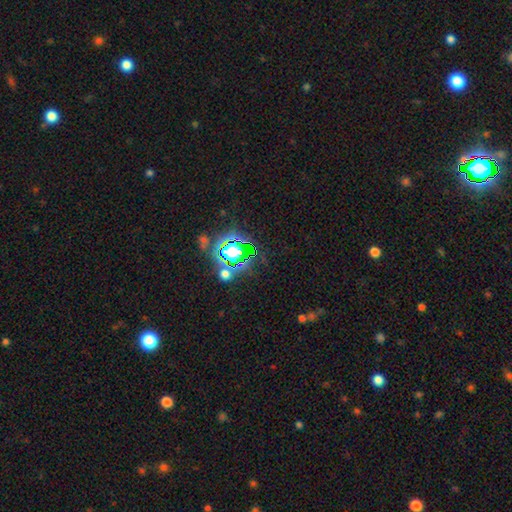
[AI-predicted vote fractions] This is clearly a star or artifact rather than a galaxy (82%).